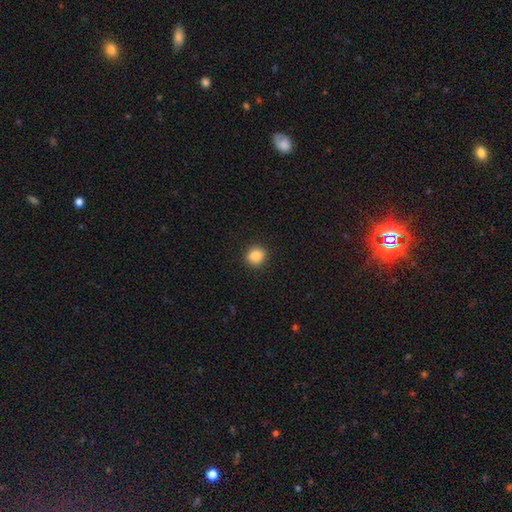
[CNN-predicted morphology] smooth-or-featured: smooth: 86% | star or artifact: 10% | featured or disk: 4%
  how-rounded: round: 84% | in between: 15% | cigar-shaped: 1%
  merging: none: 91% | minor disturbance: 6% | major disturbance: 2% | merger: 1%